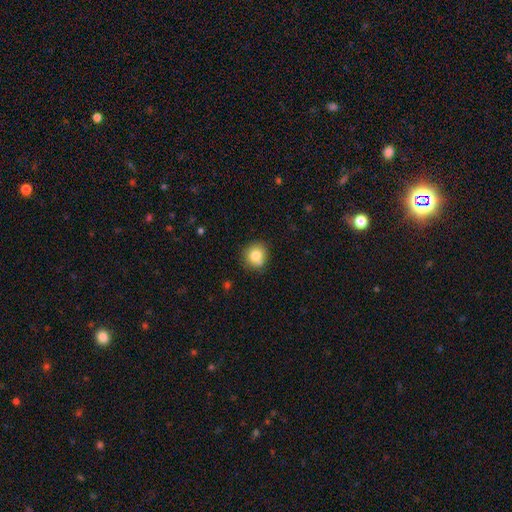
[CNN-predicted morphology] A smooth galaxy with no disk features (81%) that is round (85%).

Vote fractions:
- Smooth or featured? smooth: 81% / star or artifact: 10% / featured or disk: 9%
- How rounded? round: 85% / in between: 14% / cigar-shaped: 1%
- Merging? none: 75% / minor disturbance: 16% / merger: 6% / major disturbance: 3%